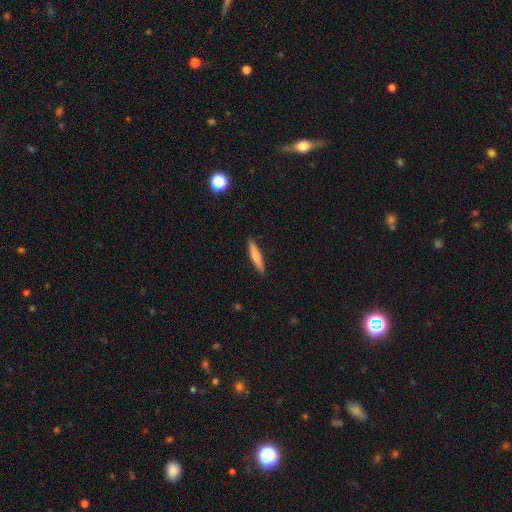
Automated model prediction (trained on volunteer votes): A smooth galaxy with no disk features (71%) that is cigar-shaped (91%).

Vote fractions:
- Smooth or featured? smooth: 71% / featured or disk: 23% / star or artifact: 6%
- How rounded? cigar-shaped: 91% / in between: 8% / round: 1%
- Merging? none: 89% / minor disturbance: 8% / major disturbance: 2% / merger: 1%